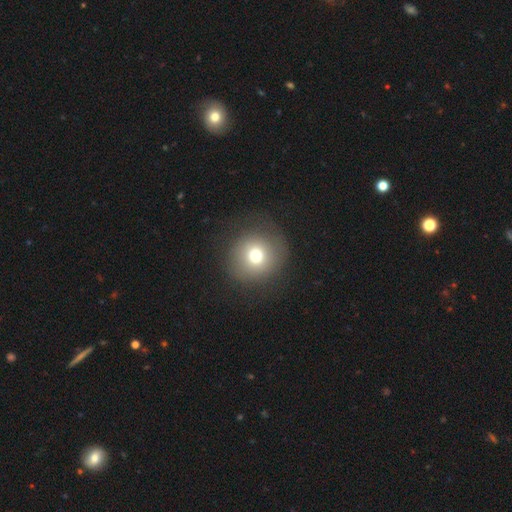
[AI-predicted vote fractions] Smooth or featured?
  - smooth: 72% *
  - featured or disk: 15%
  - star or artifact: 14%
How rounded?
  - round: 92% *
  - in between: 7%
  - cigar-shaped: 1%
Merging?
  - none: 76% *
  - minor disturbance: 14%
  - major disturbance: 9%
  - merger: 1%